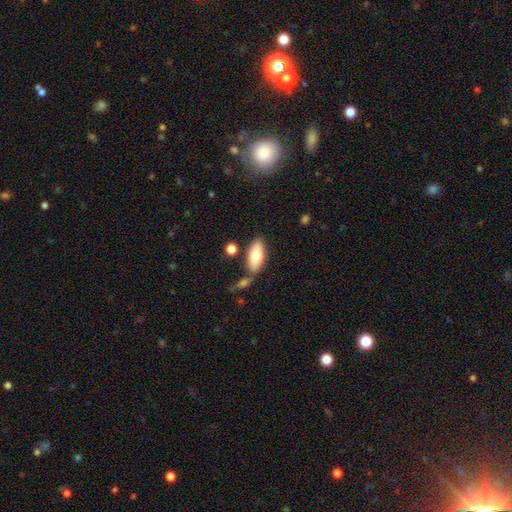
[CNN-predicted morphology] smooth 76%, featured or disk 17%, star or artifact 6%. Down the decision tree: how rounded — in between (85%); merging — none (72%).